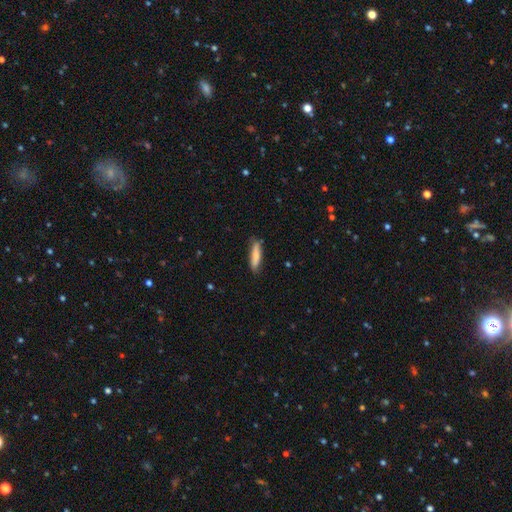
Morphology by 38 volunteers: smooth-or-featured: smooth: 66% | featured or disk: 26% | star or artifact: 8%
  how-rounded: cigar-shaped: 88% | in between: 12% | round: 0%
  merging: none: 71% | minor disturbance: 23% | merger: 6% | major disturbance: 0%